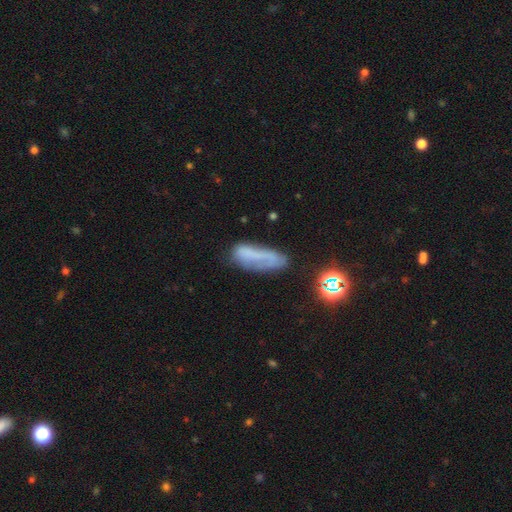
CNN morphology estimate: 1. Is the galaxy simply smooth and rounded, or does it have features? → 48% smooth, 35% featured or disk, 17% star or artifact.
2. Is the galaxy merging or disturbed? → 55% none, 26% minor disturbance, 14% major disturbance, 5% merger.